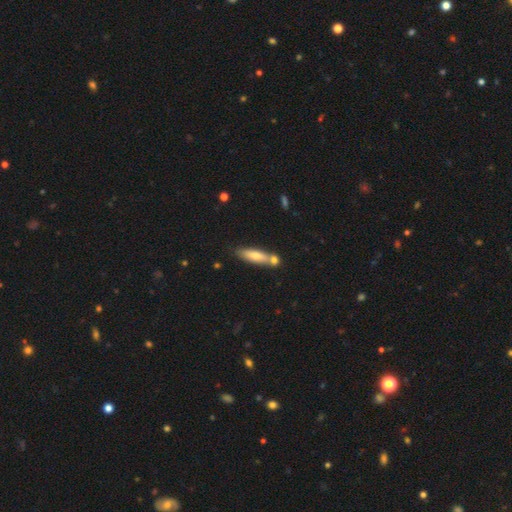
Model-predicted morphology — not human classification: type=smooth (66%); roundness=cigar-shaped (69%); merging=none (59%).